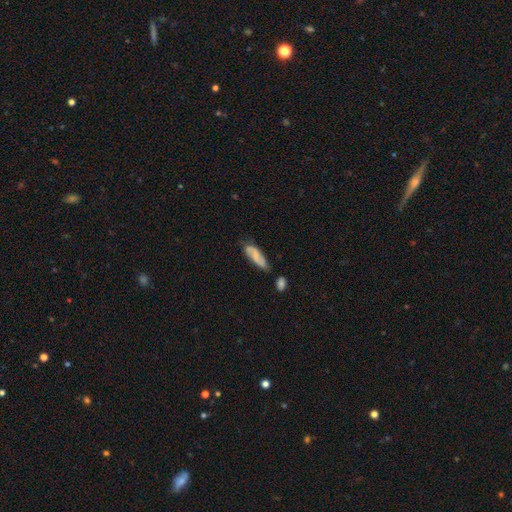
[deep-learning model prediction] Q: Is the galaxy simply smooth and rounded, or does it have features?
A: smooth — 59%.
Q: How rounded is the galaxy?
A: in between — 56%.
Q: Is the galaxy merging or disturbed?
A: none — 53%.